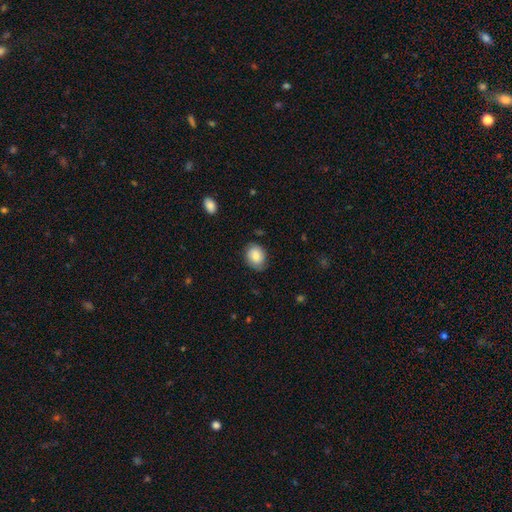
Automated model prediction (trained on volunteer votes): smooth-or-featured: smooth: 81% | featured or disk: 12% | star or artifact: 7%
  how-rounded: in between: 57% | round: 42% | cigar-shaped: 1%
  merging: none: 77% | minor disturbance: 18% | major disturbance: 4% | merger: 1%